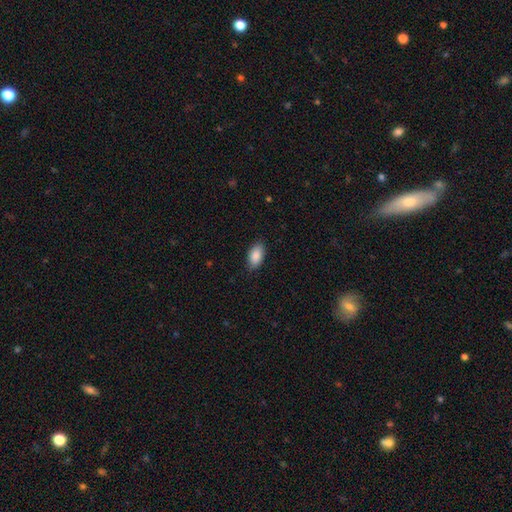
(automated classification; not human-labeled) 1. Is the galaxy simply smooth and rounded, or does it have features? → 89% smooth, 6% star or artifact, 5% featured or disk.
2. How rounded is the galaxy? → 94% in between, 4% round, 3% cigar-shaped.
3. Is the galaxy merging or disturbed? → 87% none, 10% minor disturbance, 2% major disturbance, 1% merger.